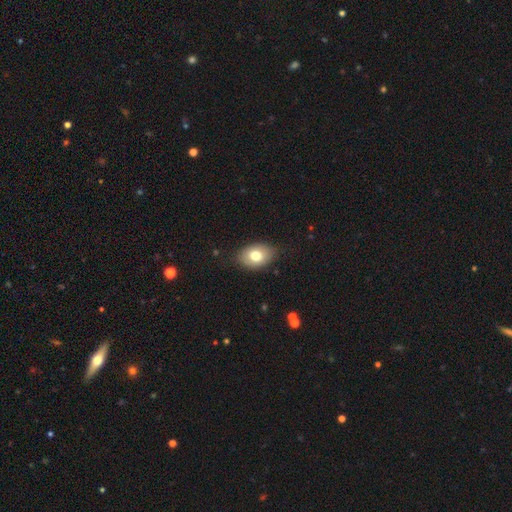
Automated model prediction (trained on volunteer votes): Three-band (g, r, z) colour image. It shows a smooth galaxy with no disk features (76%) that is in between round and cigar-shaped (83%). Merging: none (81%).